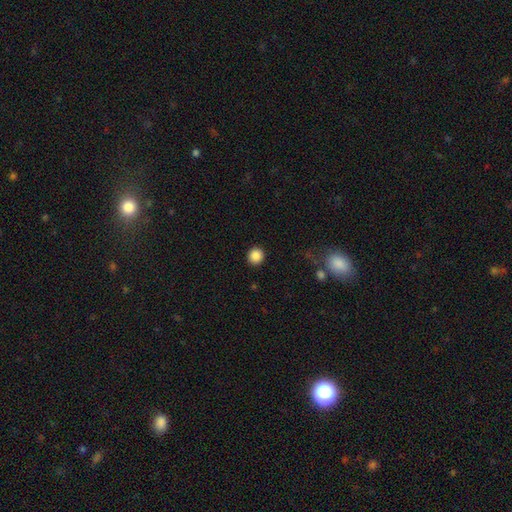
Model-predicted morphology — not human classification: Smooth or featured: smooth — 87% (star or artifact — 10%)
How rounded: round — 94% (in between — 5%)
Merging: none — 92% (minor disturbance — 5%)